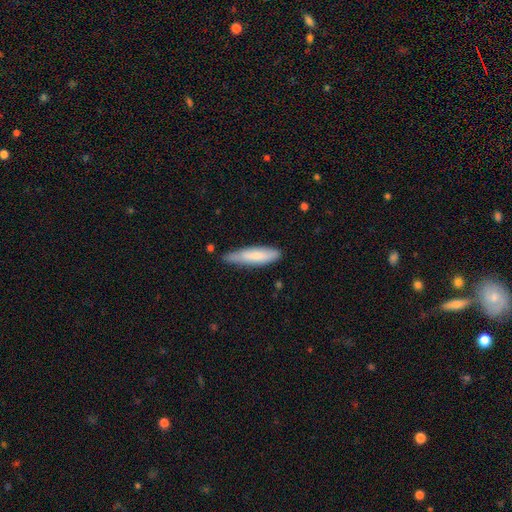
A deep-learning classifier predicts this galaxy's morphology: Smooth or featured? Predicted: smooth (p=0.74). How rounded? Predicted: cigar-shaped (p=0.71). Merging? Predicted: none (p=0.64).